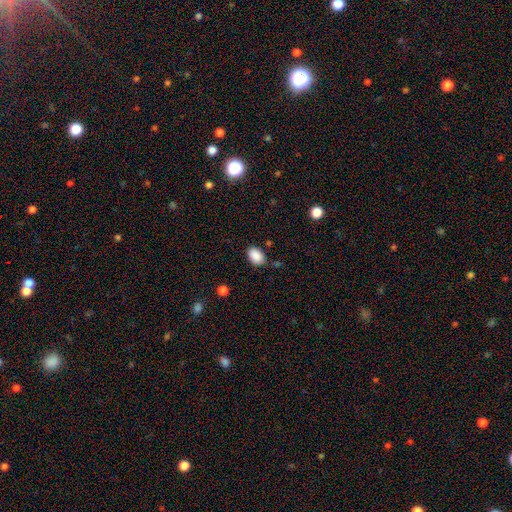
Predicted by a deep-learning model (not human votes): This is clearly a smooth galaxy (89%). How rounded: clearly in between (83%). Merging: clearly none (82%).